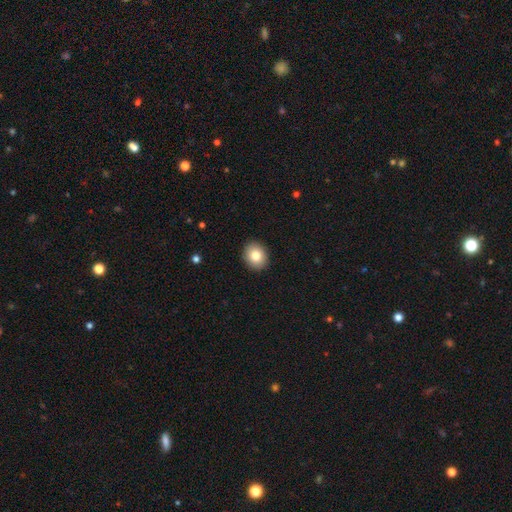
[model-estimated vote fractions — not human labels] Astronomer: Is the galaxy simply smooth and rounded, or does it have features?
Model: smooth — 82%.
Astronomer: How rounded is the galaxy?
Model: round — 71%.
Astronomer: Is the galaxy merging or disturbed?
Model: none — 92%.